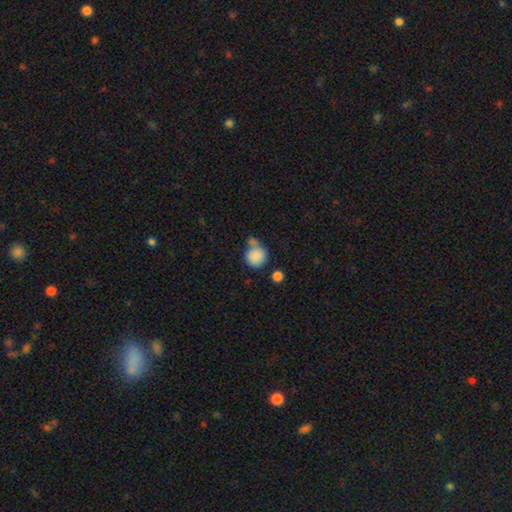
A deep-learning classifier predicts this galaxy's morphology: smooth_or_featured: smooth (p=0.86) [alt: star or artifact p=0.08]
how_rounded: round (p=0.87) [alt: in between p=0.12]
merging: none (p=0.50) [alt: merger p=0.27]